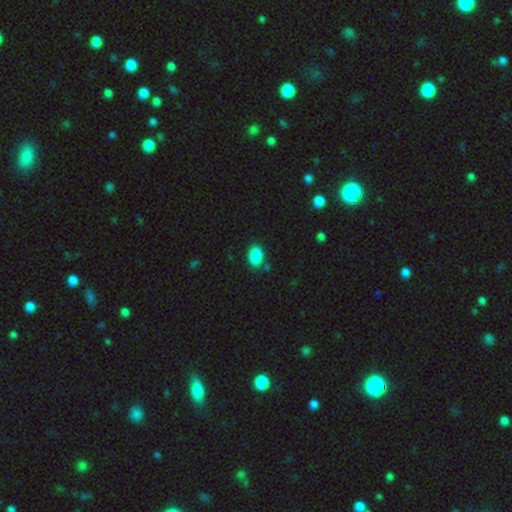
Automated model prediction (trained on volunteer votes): Smooth or featured: smooth — 88% (star or artifact — 9%)
How rounded: in between — 85% (round — 14%)
Merging: none — 82% (minor disturbance — 12%)